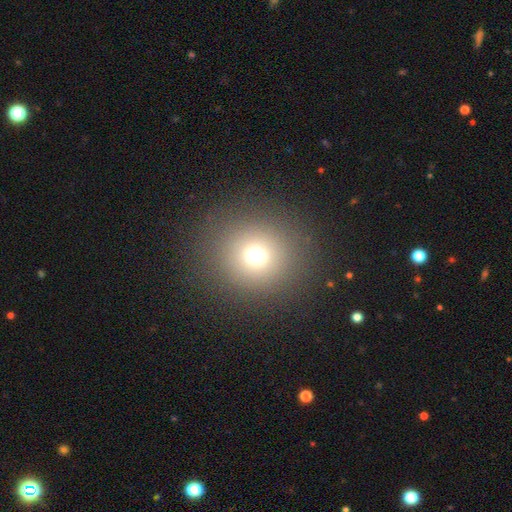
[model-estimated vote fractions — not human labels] Smooth or featured?
  - smooth: 70% *
  - star or artifact: 20%
  - featured or disk: 10%
How rounded?
  - round: 91% *
  - in between: 8%
  - cigar-shaped: 1%
Merging?
  - none: 88% *
  - minor disturbance: 6%
  - major disturbance: 4%
  - merger: 1%